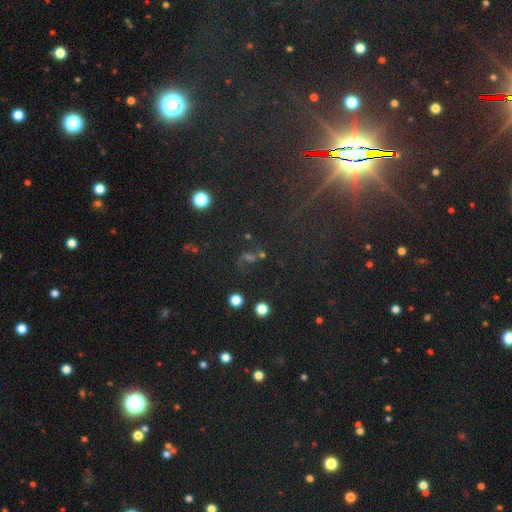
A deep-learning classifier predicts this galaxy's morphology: The model was most divided on "smooth or featured": star or artifact: 72%, smooth: 15%, featured or disk: 13%.